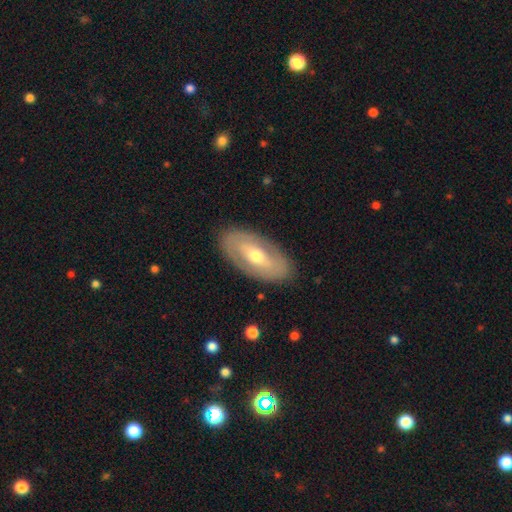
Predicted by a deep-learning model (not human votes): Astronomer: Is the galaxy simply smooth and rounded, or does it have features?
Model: featured or disk — 59% (runner-up: smooth, 36%).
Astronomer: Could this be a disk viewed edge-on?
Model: no — 87%.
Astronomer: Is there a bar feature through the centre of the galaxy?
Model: no — 49% (runner-up: weak, 32%).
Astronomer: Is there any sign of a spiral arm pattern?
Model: no — 67%.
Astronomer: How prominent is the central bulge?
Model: moderate — 68%.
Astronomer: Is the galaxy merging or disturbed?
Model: none — 85%.